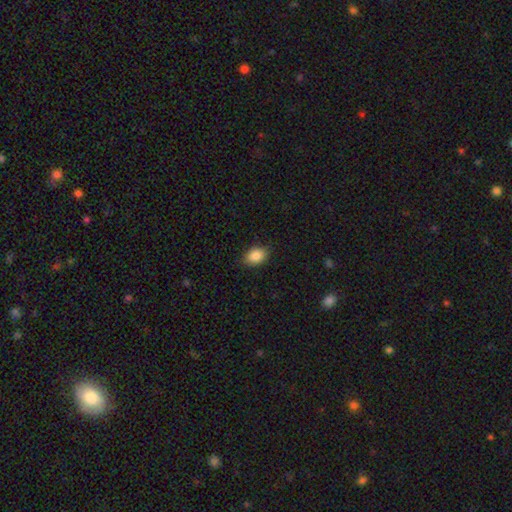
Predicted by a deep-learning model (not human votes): smooth_or_featured: smooth (p=0.88) [alt: star or artifact p=0.08]
how_rounded: in between (p=0.79) [alt: round p=0.20]
merging: none (p=0.86) [alt: minor disturbance p=0.10]